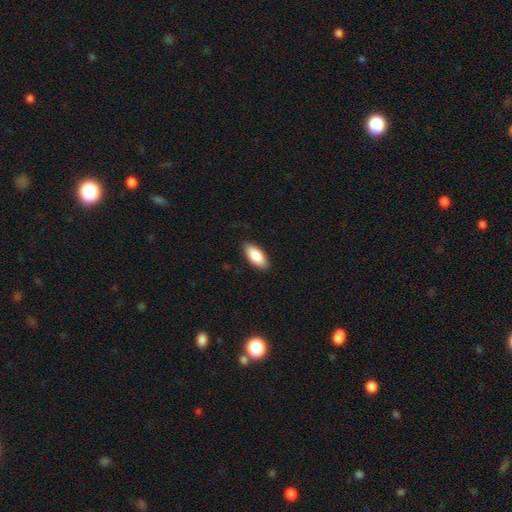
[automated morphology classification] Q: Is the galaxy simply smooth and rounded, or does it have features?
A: smooth — 87%.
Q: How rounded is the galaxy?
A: in between — 89%.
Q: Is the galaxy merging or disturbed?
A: none — 87%.